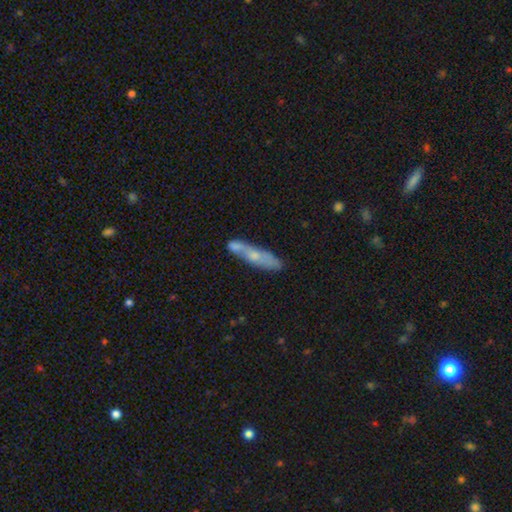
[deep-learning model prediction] The model was most divided on "smooth or featured": smooth: 52%, featured or disk: 41%, star or artifact: 7%. More confident: how rounded — cigar-shaped (77%); merging — none (51%).